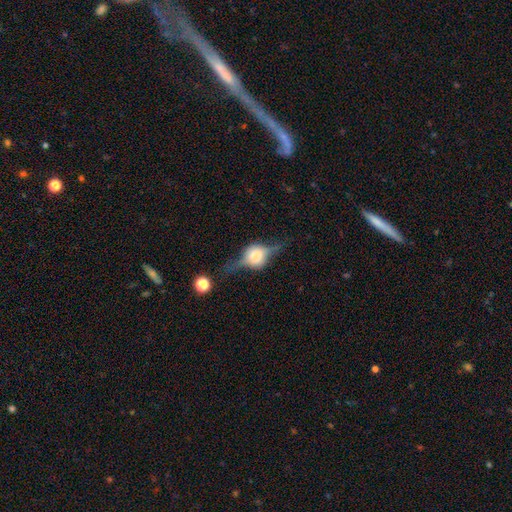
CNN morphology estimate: type=featured or disk (72%); edge-on=yes (94%); edge-on bulge=rounded (89%); merging=none (61%).